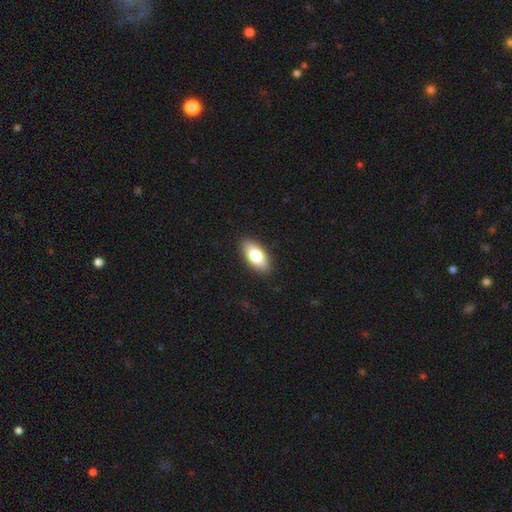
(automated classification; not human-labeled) Smooth or featured? Predicted: smooth (p=0.77). How rounded? Predicted: in between (p=0.89). Merging? Predicted: none (p=0.89).